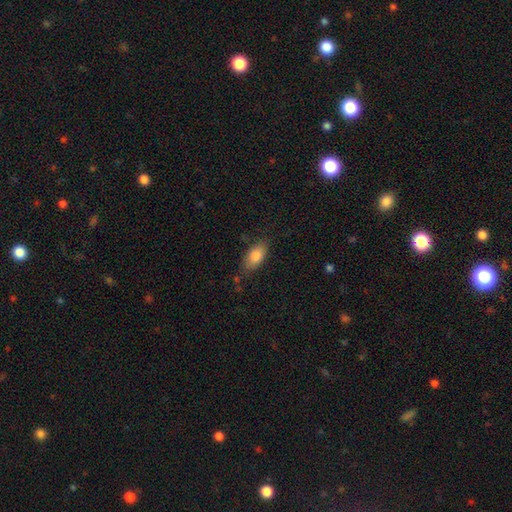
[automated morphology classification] smooth-or-featured: smooth: 83% | featured or disk: 10% | star or artifact: 7%
  how-rounded: in between: 90% | cigar-shaped: 6% | round: 4%
  merging: none: 75% | minor disturbance: 18% | major disturbance: 4% | merger: 2%